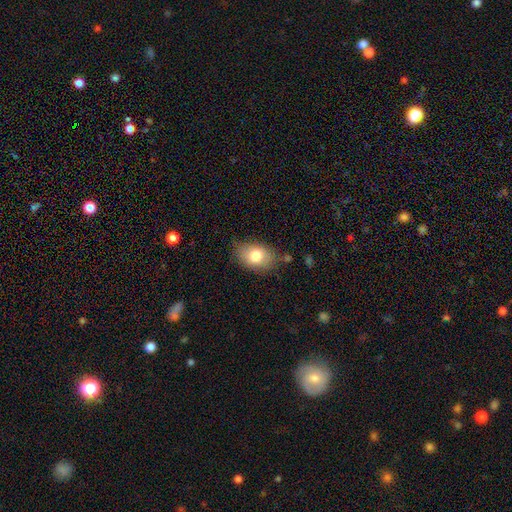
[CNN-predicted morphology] This is likely a smooth galaxy (78%). How rounded: clearly in between (85%). Merging: likely none (73%).